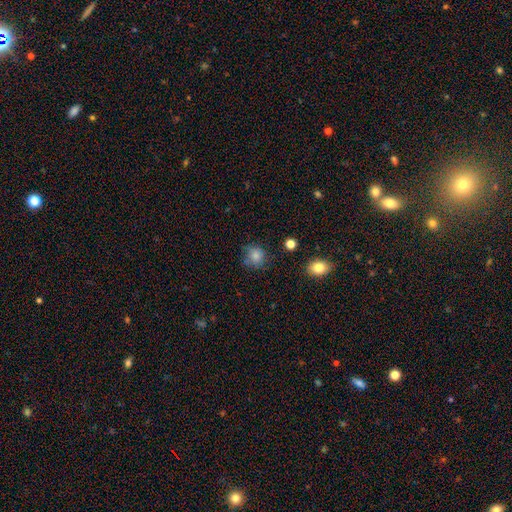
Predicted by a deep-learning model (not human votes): Smooth or featured?
  - smooth: 82% *
  - star or artifact: 11%
  - featured or disk: 7%
How rounded?
  - round: 83% *
  - in between: 16%
  - cigar-shaped: 1%
Merging?
  - none: 70% *
  - minor disturbance: 21%
  - major disturbance: 6%
  - merger: 3%